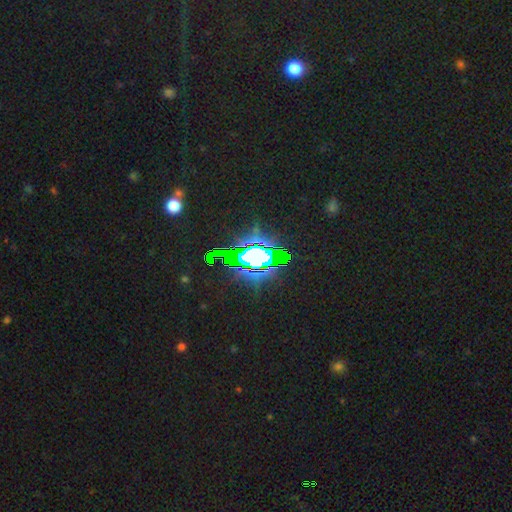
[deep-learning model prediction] Smooth or featured? star or artifact (69%)